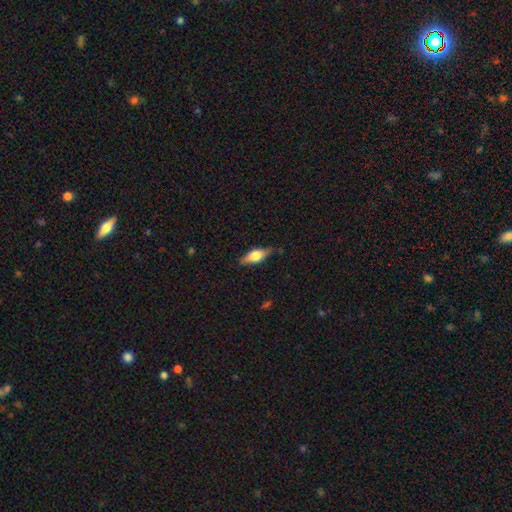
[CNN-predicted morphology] Q: Smooth or featured?
A: smooth (53%); runner-up: featured or disk (40%)
Q: How rounded?
A: in between (68%); runner-up: cigar-shaped (28%)
Q: Merging?
A: none (79%); runner-up: minor disturbance (16%)